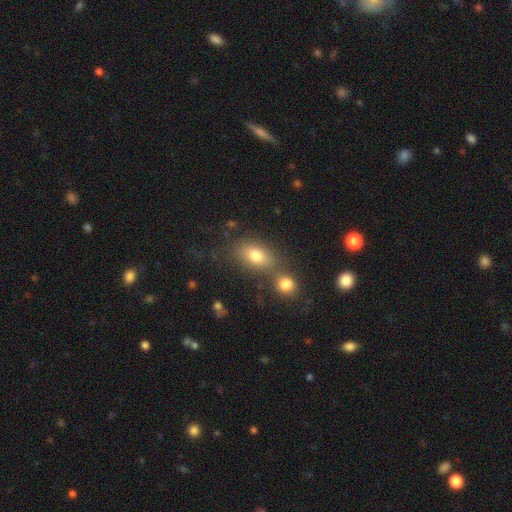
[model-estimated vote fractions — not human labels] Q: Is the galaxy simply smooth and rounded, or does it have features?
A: smooth — 76%.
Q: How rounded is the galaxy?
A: in between — 79%.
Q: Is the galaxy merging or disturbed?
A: none — 51%.